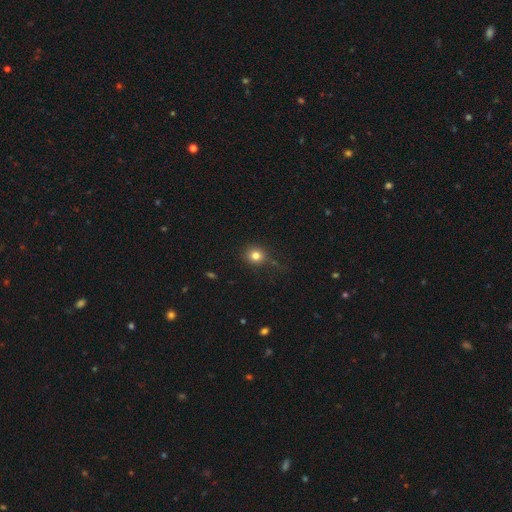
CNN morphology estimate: A smooth galaxy with no disk features (80%) that is round (86%).

Vote fractions:
- Smooth or featured? smooth: 80% / star or artifact: 13% / featured or disk: 7%
- How rounded? round: 86% / in between: 13% / cigar-shaped: 1%
- Merging? none: 73% / minor disturbance: 17% / major disturbance: 8% / merger: 2%